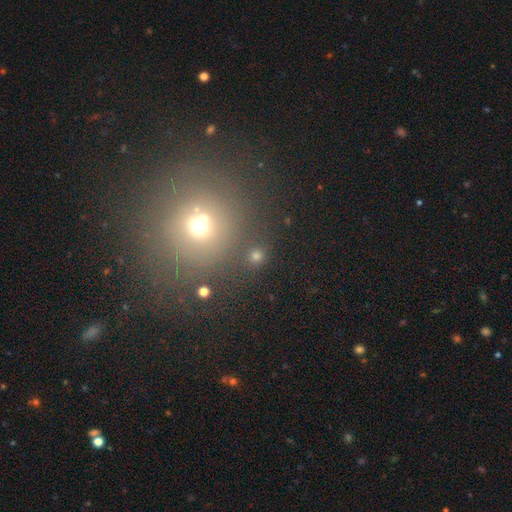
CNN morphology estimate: smooth_or_featured: smooth (p=0.62) [alt: star or artifact p=0.29]
how_rounded: round (p=0.84) [alt: in between p=0.14]
merging: none (p=0.74) [alt: merger p=0.13]